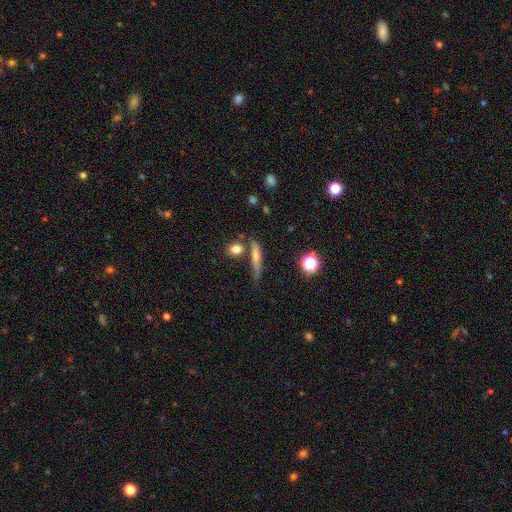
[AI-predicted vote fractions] Q: Smooth or featured?
A: smooth (61%); runner-up: featured or disk (28%)
Q: How rounded?
A: cigar-shaped (78%); runner-up: in between (15%)
Q: Merging?
A: none (60%); runner-up: minor disturbance (20%)